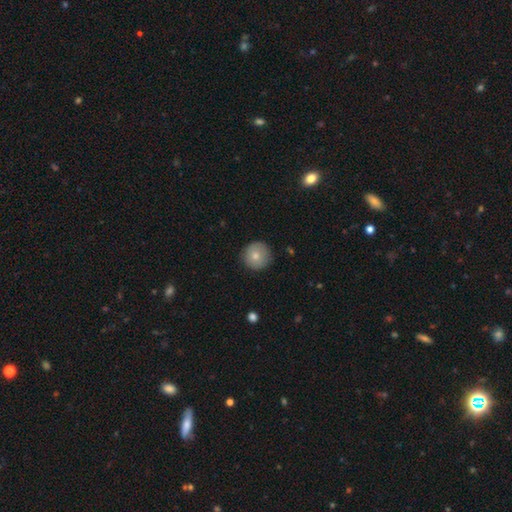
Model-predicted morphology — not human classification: Smooth or featured?
  - smooth: 77% *
  - featured or disk: 15%
  - star or artifact: 8%
How rounded?
  - round: 96% *
  - in between: 3%
  - cigar-shaped: 1%
Merging?
  - none: 88% *
  - minor disturbance: 9%
  - major disturbance: 2%
  - merger: 1%